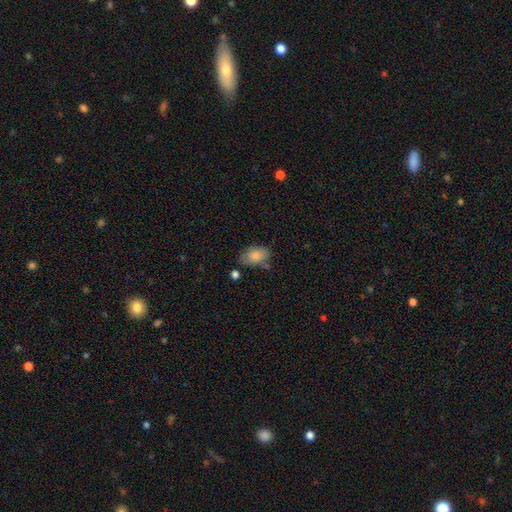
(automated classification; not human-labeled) Smooth or featured?
  - smooth: 82% *
  - featured or disk: 10%
  - star or artifact: 7%
How rounded?
  - in between: 89% *
  - round: 10%
  - cigar-shaped: 1%
Merging?
  - none: 63% *
  - minor disturbance: 24%
  - merger: 7%
  - major disturbance: 6%